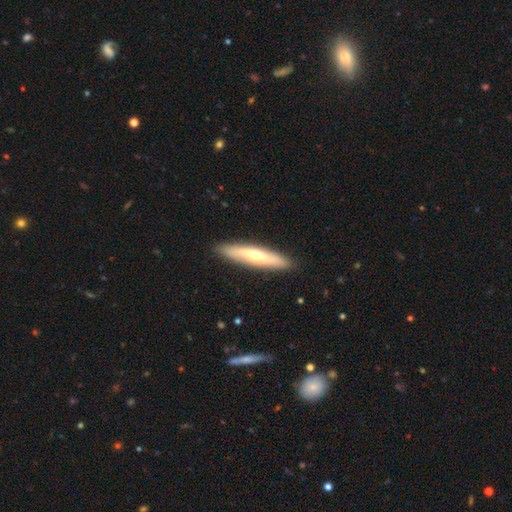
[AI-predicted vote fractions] Smooth or featured?
  - smooth: 49% *
  - featured or disk: 46%
  - star or artifact: 5%
Merging?
  - none: 90% *
  - minor disturbance: 8%
  - major disturbance: 2%
  - merger: 1%